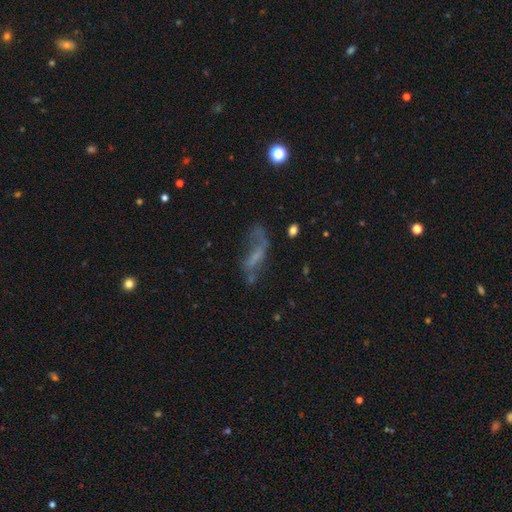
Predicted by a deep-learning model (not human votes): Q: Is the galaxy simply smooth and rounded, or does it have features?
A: featured or disk — 51%.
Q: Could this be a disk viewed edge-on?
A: no — 86%.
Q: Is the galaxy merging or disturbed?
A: none — 36%, tied with major disturbance.